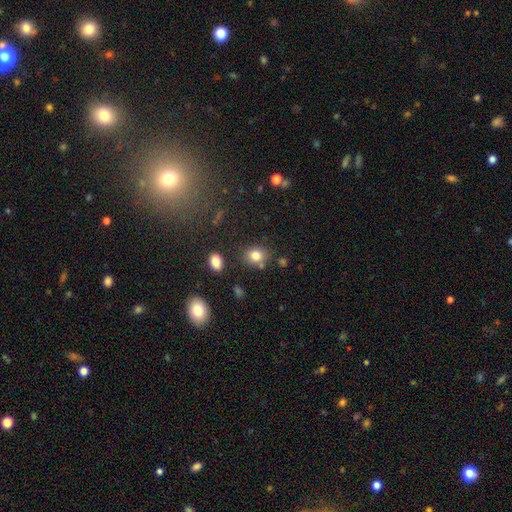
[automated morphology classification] Smooth or featured? Predicted: smooth (p=0.81). How rounded? Predicted: round (p=0.64). Merging? Predicted: none (p=0.75).